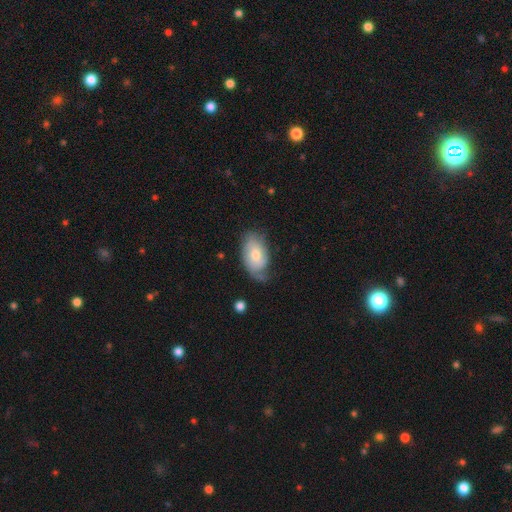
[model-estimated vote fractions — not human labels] smooth_or_featured: smooth (p=0.57) [alt: featured or disk p=0.37]
how_rounded: in between (p=0.91) [alt: round p=0.08]
merging: none (p=0.49) [alt: minor disturbance p=0.34]